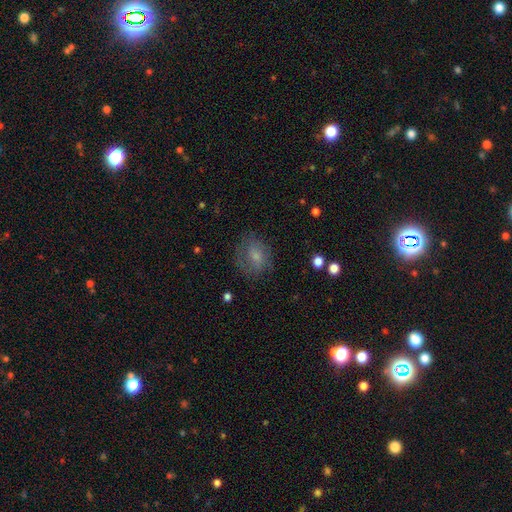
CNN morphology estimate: Q: Smooth or featured?
A: smooth (54%); runner-up: featured or disk (35%)
Q: How rounded?
A: round (56%); runner-up: in between (43%)
Q: Merging?
A: none (67%); runner-up: minor disturbance (19%)